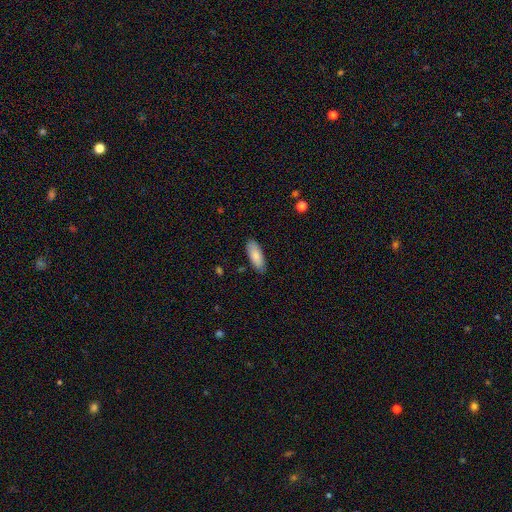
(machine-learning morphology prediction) Q: Smooth or featured?
A: smooth (84%); runner-up: featured or disk (10%)
Q: How rounded?
A: in between (76%); runner-up: cigar-shaped (22%)
Q: Merging?
A: none (85%); runner-up: minor disturbance (12%)